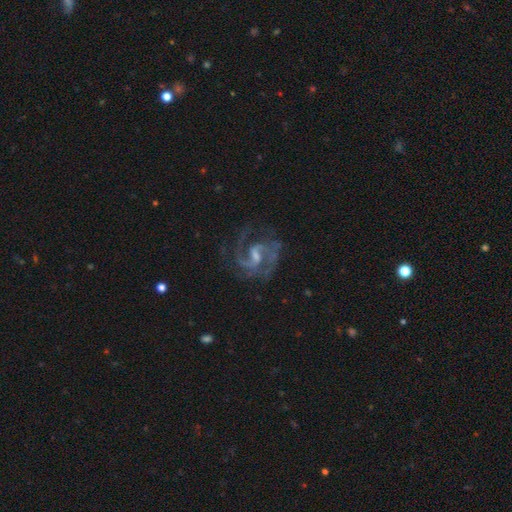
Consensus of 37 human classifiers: Volunteers were most divided on "spiral winding": medium: 47%, loose: 29%, tight: 24%. More confident: spiral arms — yes (100%); edge-on disk — no (97%); smooth or featured — featured or disk (95%); bar — weak (82%); spiral arm count — 2 (71%); bulge size — small (62%); merging — none (58%).